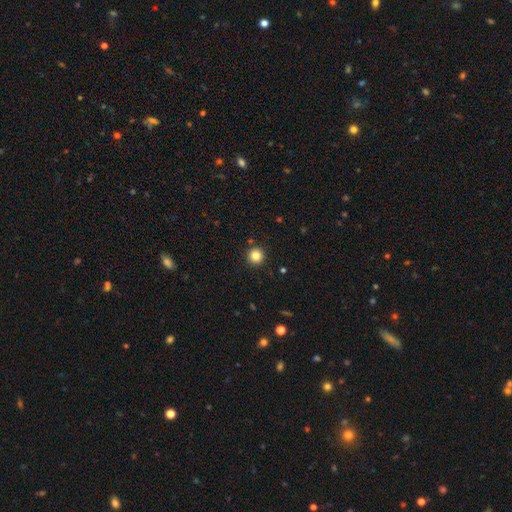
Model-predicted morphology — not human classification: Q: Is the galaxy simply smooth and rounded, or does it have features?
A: smooth — 83%.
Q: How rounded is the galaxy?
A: round — 96%.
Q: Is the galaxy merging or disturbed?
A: none — 91%.